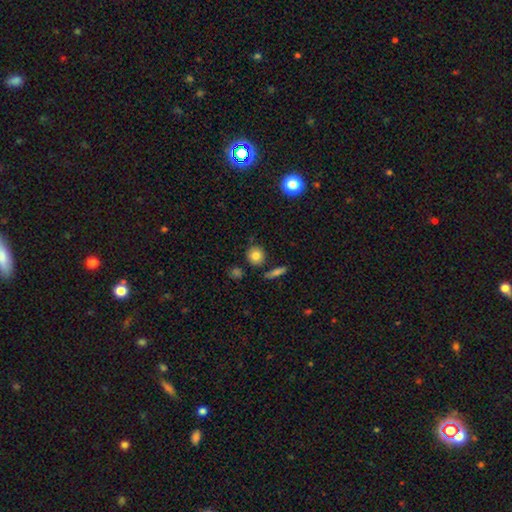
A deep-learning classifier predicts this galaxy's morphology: smooth 81%, star or artifact 10%, featured or disk 9%. Down the decision tree: how rounded — round (85%); merging — none (83%).